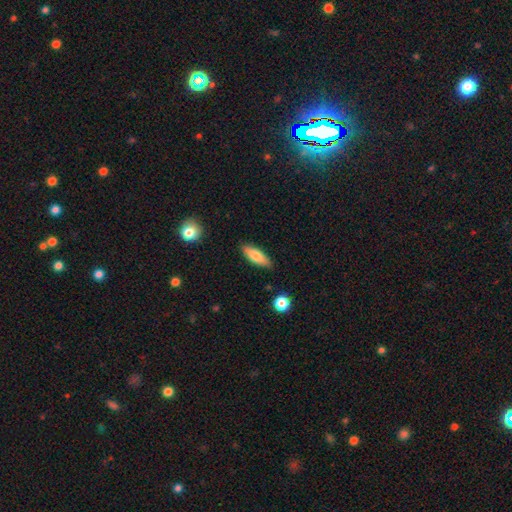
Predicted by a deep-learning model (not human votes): This is likely a smooth galaxy (77%). How rounded: likely in between (62%). Merging: clearly none (86%).